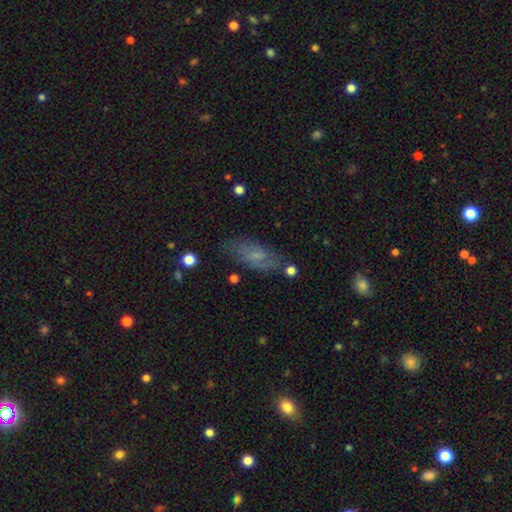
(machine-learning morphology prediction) This is possibly a smooth galaxy (48%). Merging: likely none (70%).